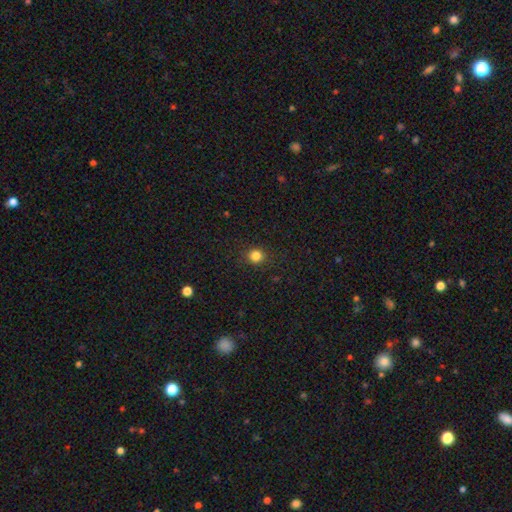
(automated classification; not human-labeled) This appears to be a smooth galaxy with no disk features (82%) that is round (90%). Merging: none (89%).